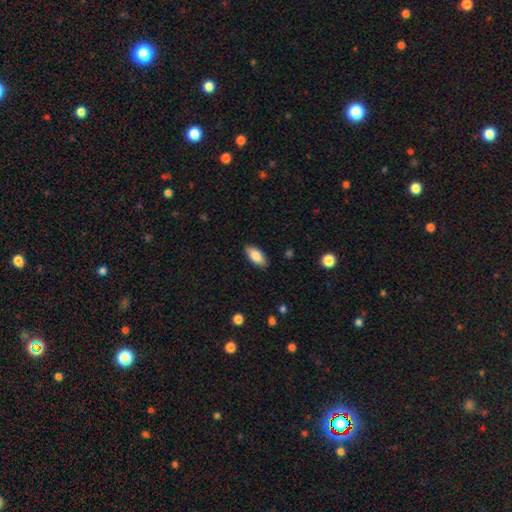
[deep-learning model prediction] smooth_or_featured: smooth (p=0.84) [alt: featured or disk p=0.09]
how_rounded: in between (p=0.89) [alt: cigar-shaped p=0.09]
merging: none (p=0.88) [alt: minor disturbance p=0.09]